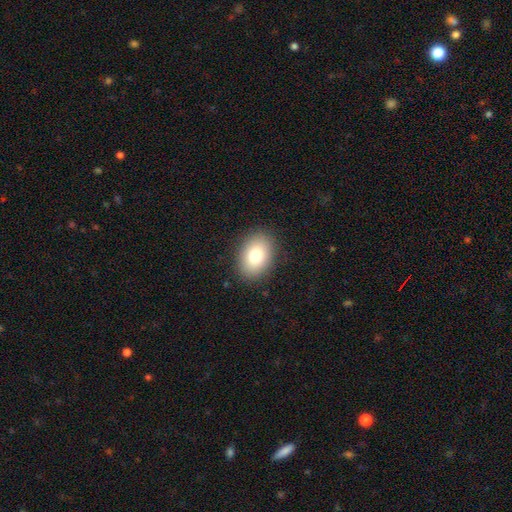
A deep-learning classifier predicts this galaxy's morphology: smooth_or_featured: smooth (p=0.77) [alt: featured or disk p=0.13]
how_rounded: in between (p=0.75) [alt: round p=0.24]
merging: none (p=0.88) [alt: minor disturbance p=0.08]